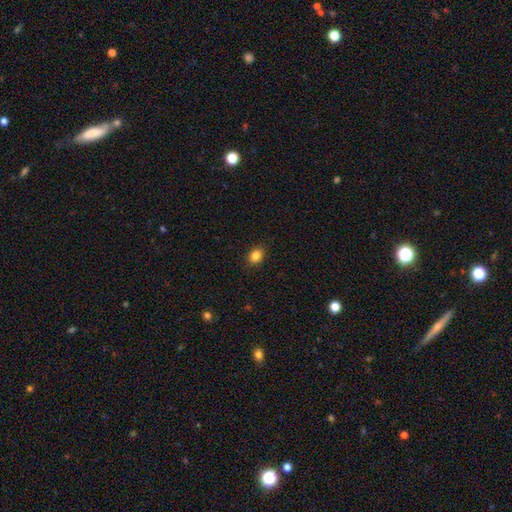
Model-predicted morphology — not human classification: Smooth or featured? Predicted: smooth (p=0.85). How rounded? Predicted: in between (p=0.56). Merging? Predicted: none (p=0.89).